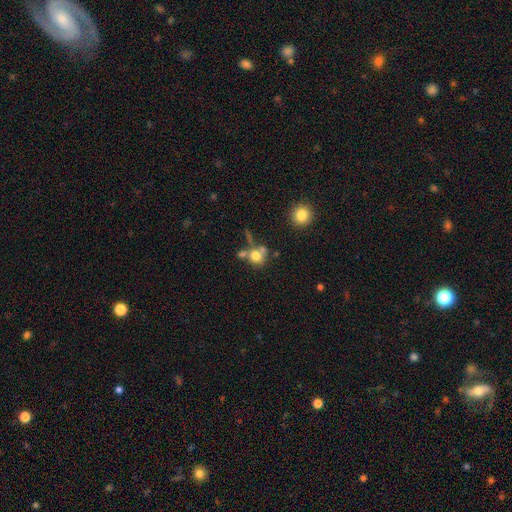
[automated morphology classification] Smooth or featured?
  - smooth: 71% *
  - featured or disk: 16%
  - star or artifact: 12%
How rounded?
  - round: 75% *
  - in between: 24%
  - cigar-shaped: 2%
Merging?
  - merger: 39% * (tied)
  - none: 39% * (tied)
  - minor disturbance: 12%
  - major disturbance: 10%